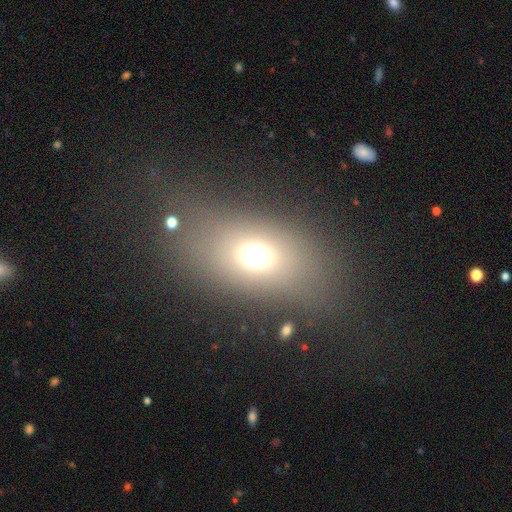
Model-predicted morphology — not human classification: This appears to be a smooth galaxy with no disk features (67%) that is in between round and cigar-shaped (75%). Merging: none (72%).